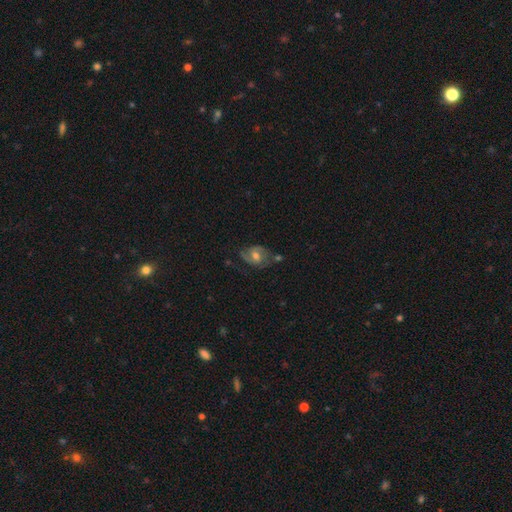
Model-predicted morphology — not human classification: smooth-or-featured: featured or disk: 68% | smooth: 24% | star or artifact: 8%
  disk-edge-on: no: 97% | yes: 3%
    bar: no: 52% | weak: 40% | strong: 9%
    has-spiral-arms: yes: 87% | no: 13%
      spiral-winding: medium: 48% | tight: 31% | loose: 21%
      spiral-arm-count: 2: 80% | can't tell: 10% | 1: 6% | 3: 2% | 4: 1% | more than 4: 1%
    bulge-size: moderate: 71% | small: 17% | large: 8% | none: 2% | dominant: 1%
  merging: none: 58% | minor disturbance: 25% | major disturbance: 11% | merger: 6%